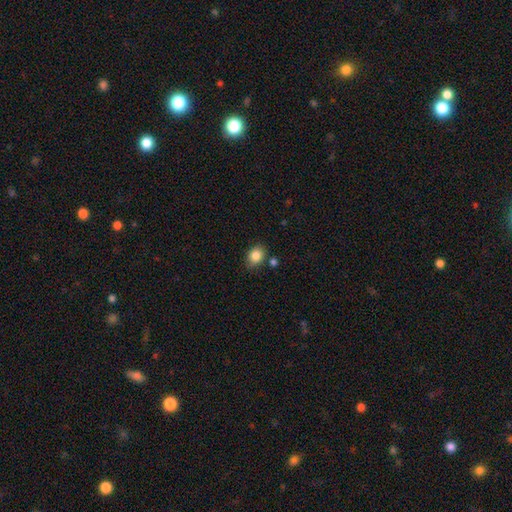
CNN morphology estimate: This appears to be a smooth galaxy with no disk features (84%) that is in between round and cigar-shaped (60%). Merging: none (76%).